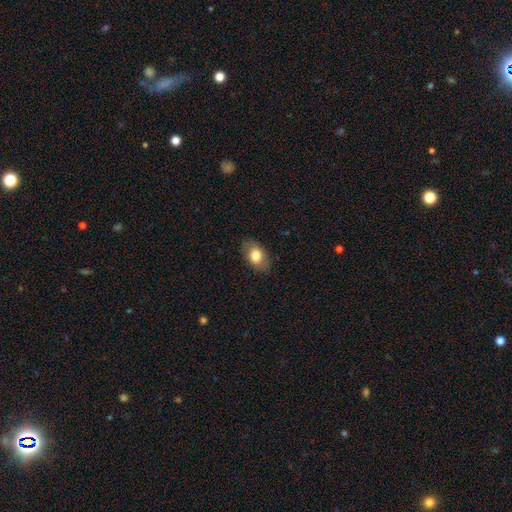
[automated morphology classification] The model was most divided on "smooth or featured": smooth: 77%, featured or disk: 15%, star or artifact: 7%. More confident: how rounded — in between (87%); merging — none (83%).